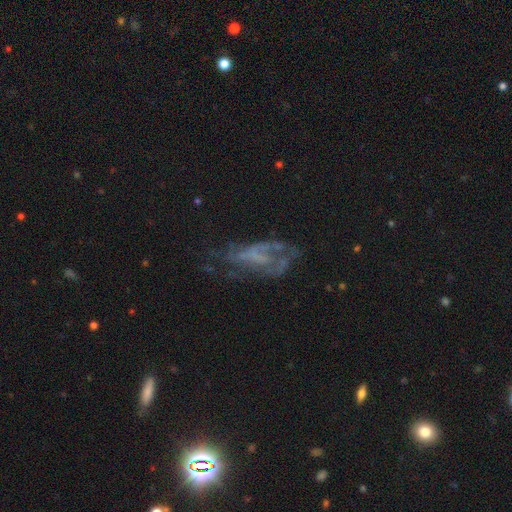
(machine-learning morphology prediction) type=featured or disk (65%); edge-on=no (93%); bar=no (70%); spiral arms=no (51%); bulge=none (74%); merging=none (39%).